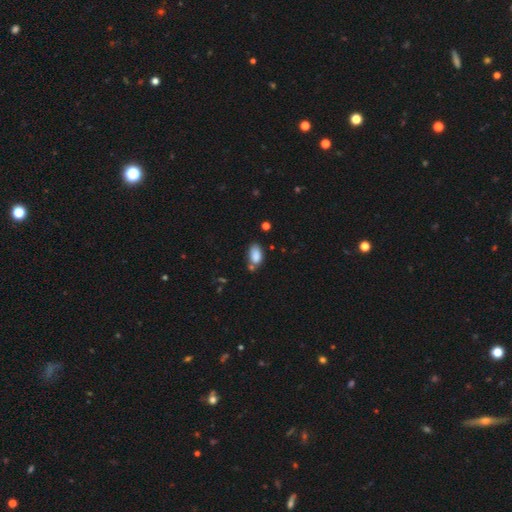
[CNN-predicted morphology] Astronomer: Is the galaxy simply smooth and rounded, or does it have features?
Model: smooth — 85%.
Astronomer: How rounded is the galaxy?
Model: in between — 92%.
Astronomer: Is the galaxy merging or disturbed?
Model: none — 56%.